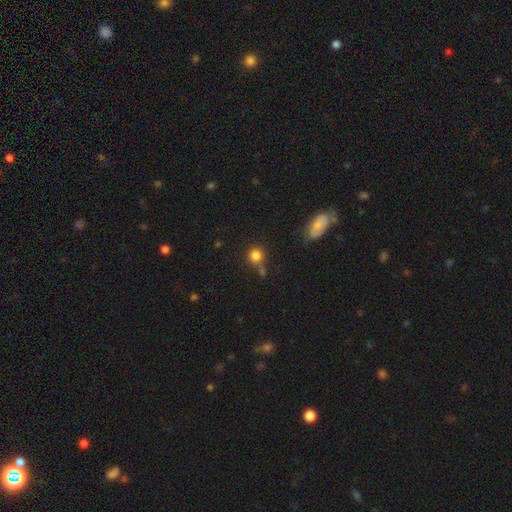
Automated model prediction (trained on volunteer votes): This is clearly a smooth galaxy (81%). How rounded: clearly round (87%). Merging: likely none (64%).